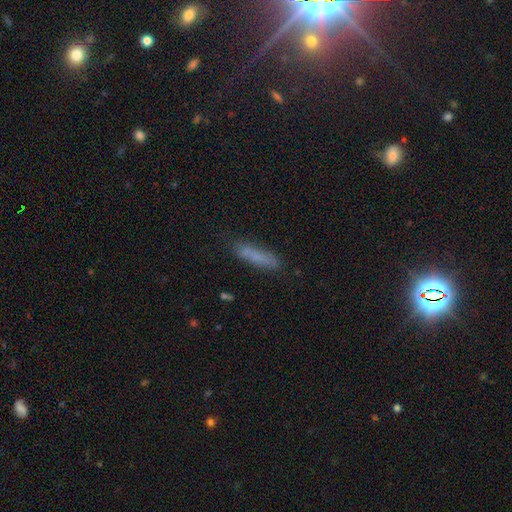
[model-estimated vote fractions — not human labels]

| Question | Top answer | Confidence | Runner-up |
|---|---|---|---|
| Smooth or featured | smooth | 76% | featured or disk (15%) |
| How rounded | cigar-shaped | 82% | in between (17%) |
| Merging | none | 79% | minor disturbance (15%) |